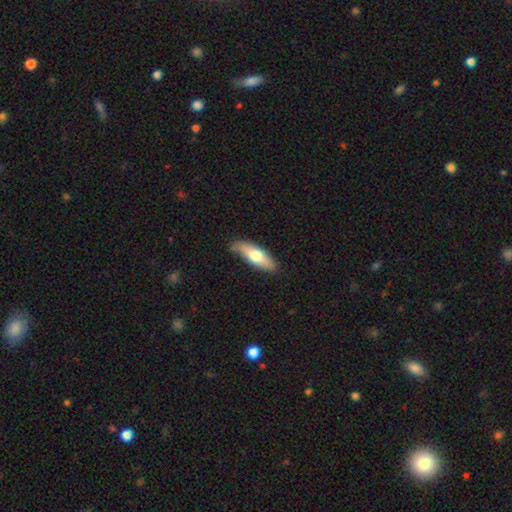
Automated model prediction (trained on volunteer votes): Morphology: type=smooth (63%); roundness=in between (53%); merging=none (78%).